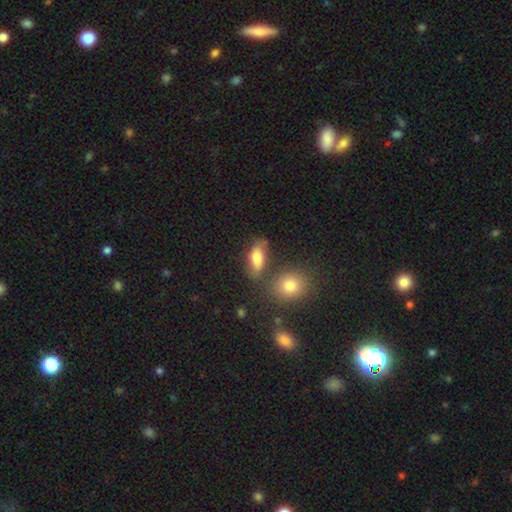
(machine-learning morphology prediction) smooth 78%, featured or disk 12%, star or artifact 10%. Down the decision tree: how rounded — in between (80%); merging — none (58%).